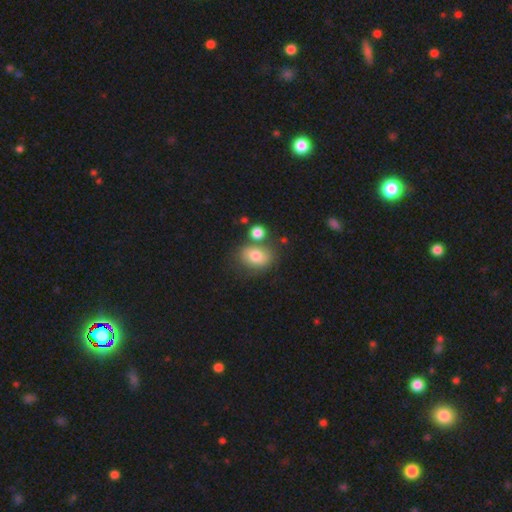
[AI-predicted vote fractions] Smooth or featured? smooth (75%)
How rounded? in between (66%)
Merging? none (58%)